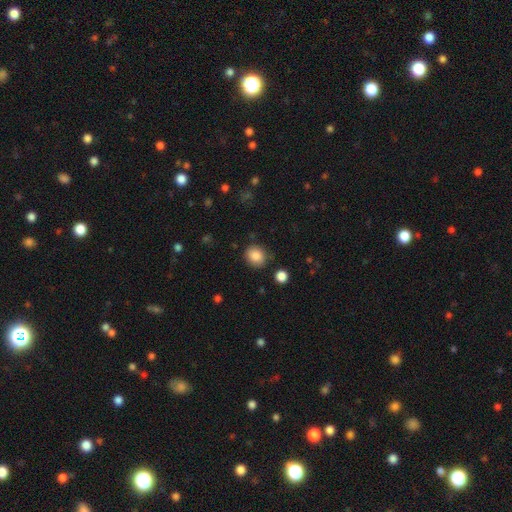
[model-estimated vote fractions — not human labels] Smooth or featured: smooth — 87% (star or artifact — 9%)
How rounded: round — 74% (in between — 26%)
Merging: none — 80% (minor disturbance — 14%)